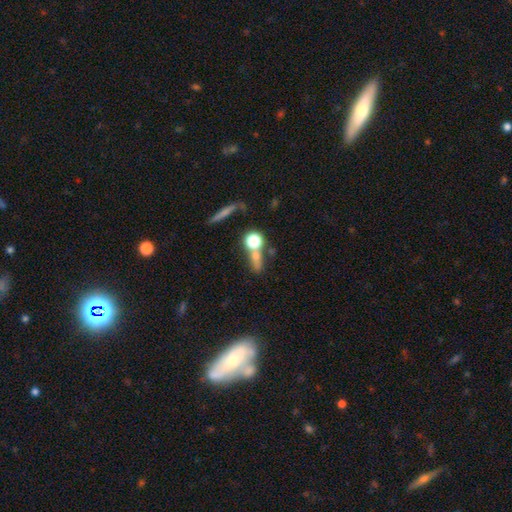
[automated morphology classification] This appears to be a smooth galaxy with no disk features (62%) that is round (50%). Merging: none (42%).